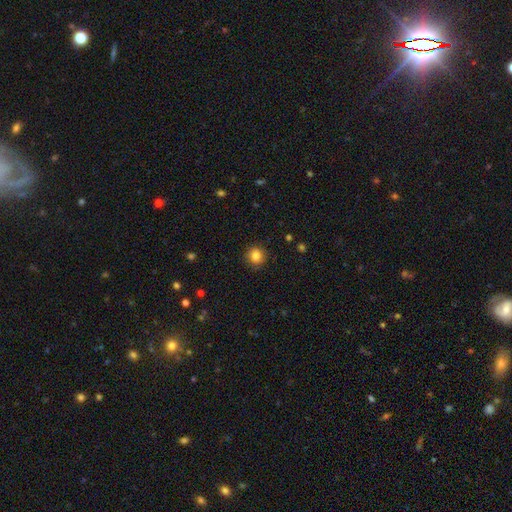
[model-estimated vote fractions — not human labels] smooth_or_featured: smooth (p=0.85) [alt: star or artifact p=0.11]
how_rounded: round (p=0.89) [alt: in between p=0.10]
merging: none (p=0.89) [alt: minor disturbance p=0.08]